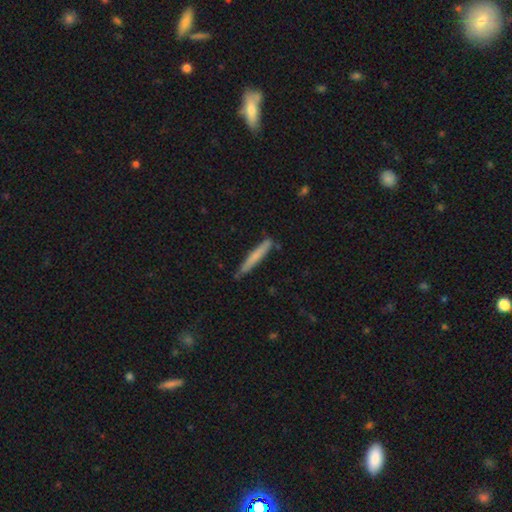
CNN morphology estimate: Smooth or featured: smooth — 68% (featured or disk — 26%)
How rounded: cigar-shaped — 96% (in between — 3%)
Merging: none — 83% (minor disturbance — 13%)